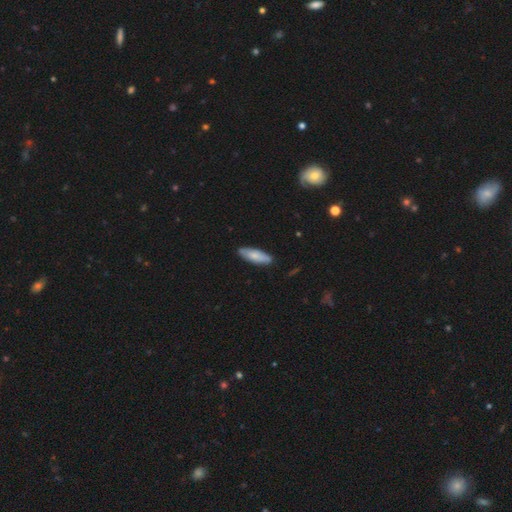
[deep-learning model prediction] This appears to be a smooth galaxy with no disk features (72%) that is in between round and cigar-shaped (56%). Merging: none (84%).